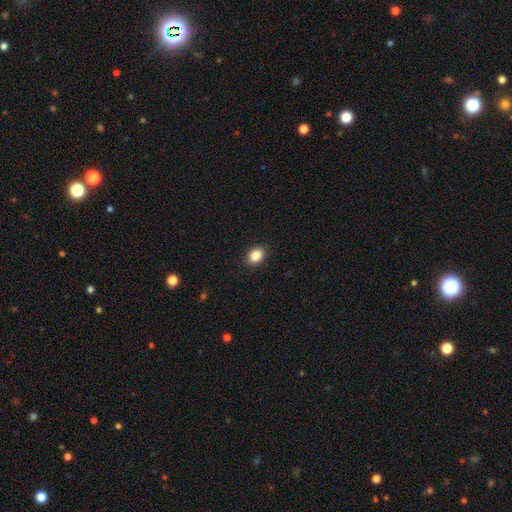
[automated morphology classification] Overall: smooth (86%). How rounded: in between (72%). Merging: none (88%).